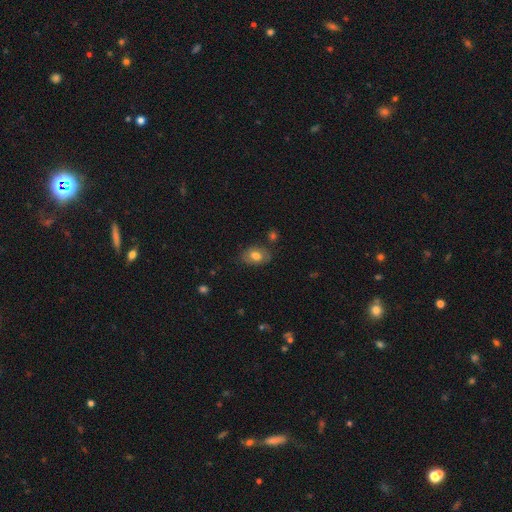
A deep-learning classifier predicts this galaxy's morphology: Q: Smooth or featured?
A: smooth (69%); runner-up: featured or disk (23%)
Q: How rounded?
A: in between (85%); runner-up: round (14%)
Q: Merging?
A: none (74%); runner-up: minor disturbance (18%)